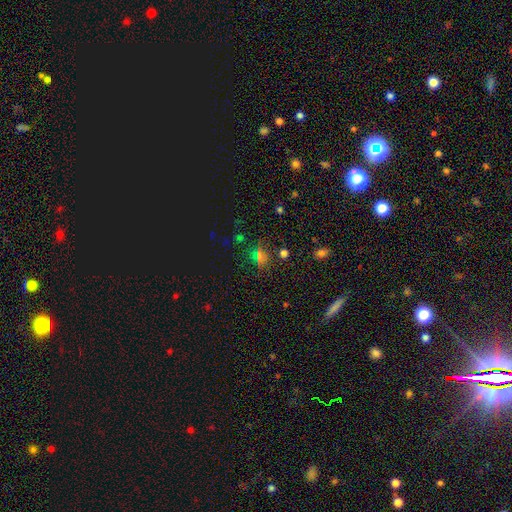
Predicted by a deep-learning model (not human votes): star or artifact 50%, smooth 39%, featured or disk 10%.